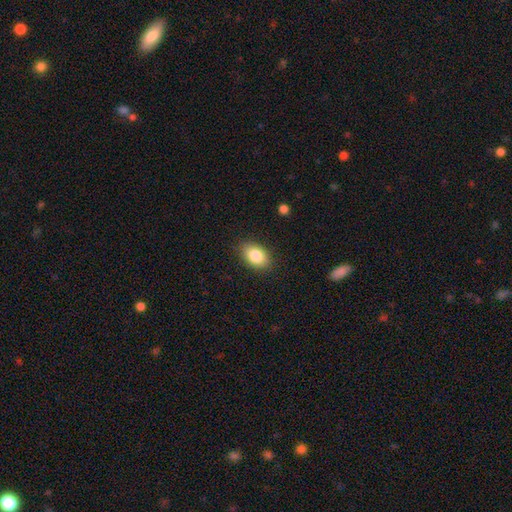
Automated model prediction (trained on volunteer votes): A smooth galaxy with no disk features (85%) that is in between round and cigar-shaped (87%). Merging: none (86%).